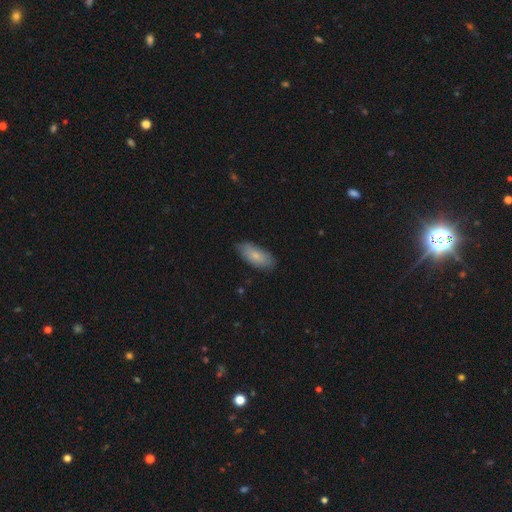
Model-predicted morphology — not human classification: Overall: smooth (77%). How rounded: in between (87%). Merging: none (79%).